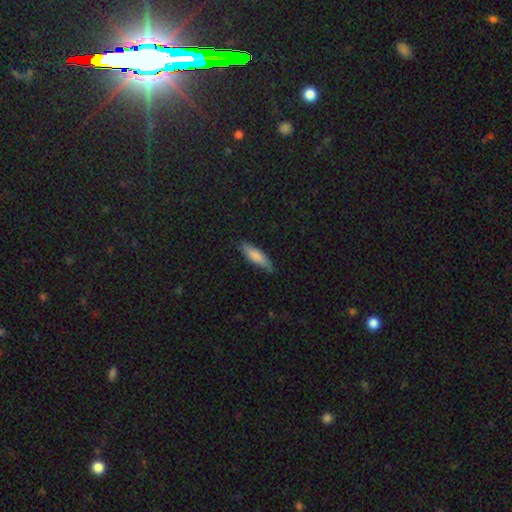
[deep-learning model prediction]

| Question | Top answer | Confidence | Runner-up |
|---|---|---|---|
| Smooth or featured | smooth | 81% | featured or disk (13%) |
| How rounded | cigar-shaped | 54% | in between (44%) |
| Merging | none | 77% | minor disturbance (19%) |